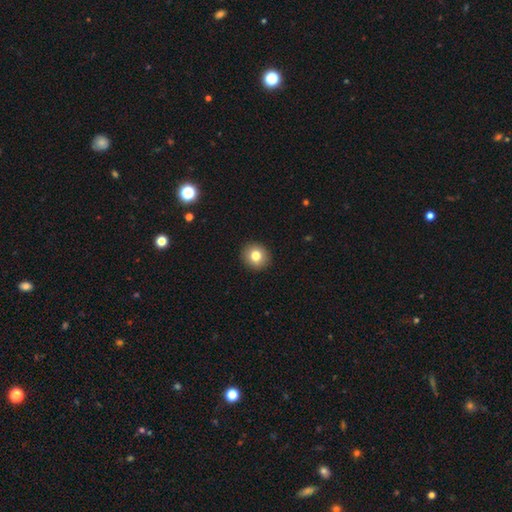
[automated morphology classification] Smooth or featured? Predicted: smooth (p=0.81). How rounded? Predicted: round (p=0.85). Merging? Predicted: none (p=0.93).